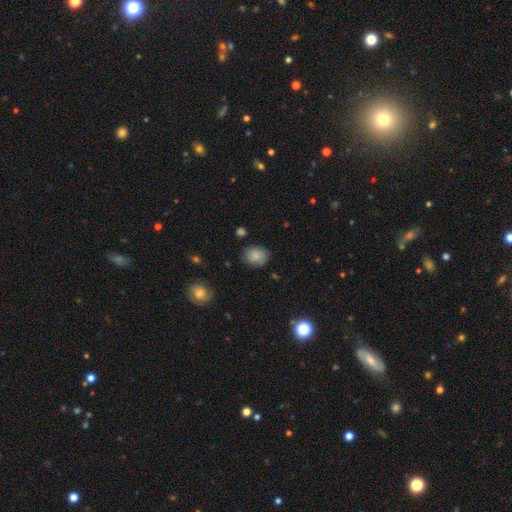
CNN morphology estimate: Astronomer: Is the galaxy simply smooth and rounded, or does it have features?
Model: smooth — 82%.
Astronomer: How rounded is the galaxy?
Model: round — 60% (runner-up: in between, 39%).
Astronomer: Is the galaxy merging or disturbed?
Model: none — 78%.